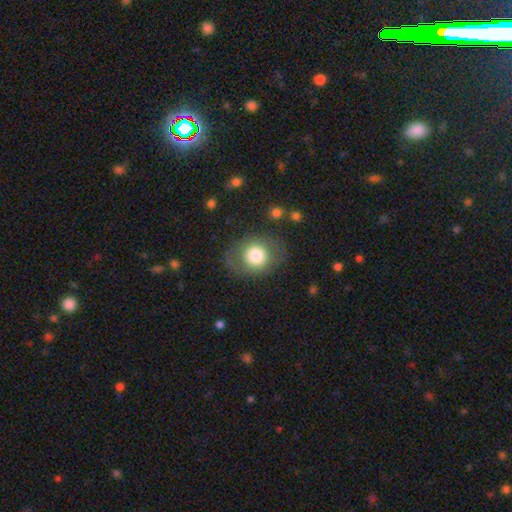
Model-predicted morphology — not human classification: Smooth or featured? smooth (70%)
How rounded? round (68%)
Merging? none (76%)